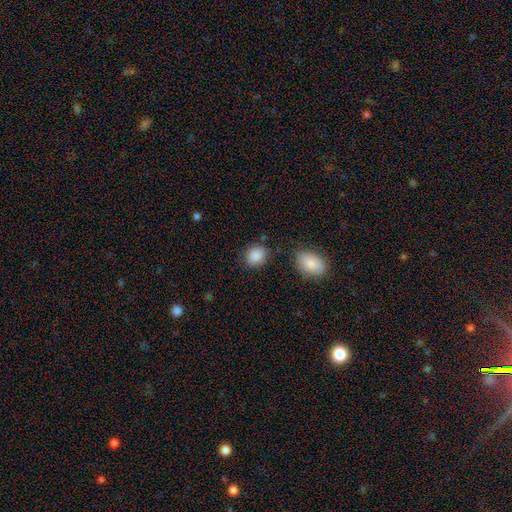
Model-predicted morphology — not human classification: type=smooth (88%); roundness=round (65%); merging=none (81%).